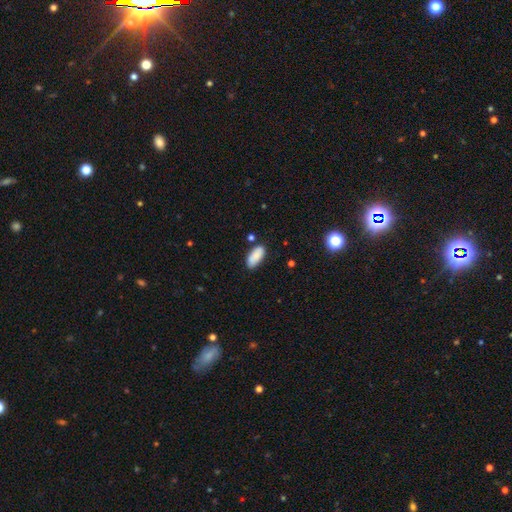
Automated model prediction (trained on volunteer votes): A smooth galaxy with no disk features (86%) that is in between round and cigar-shaped (89%).

Vote fractions:
- Smooth or featured? smooth: 86% / featured or disk: 7% / star or artifact: 7%
- How rounded? in between: 89% / cigar-shaped: 9% / round: 2%
- Merging? none: 79% / minor disturbance: 14% / merger: 4% / major disturbance: 3%